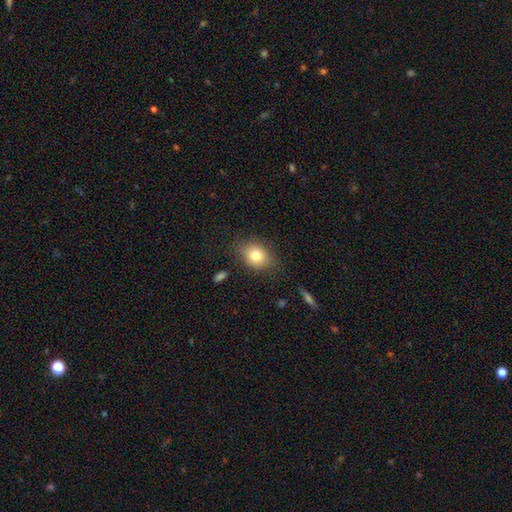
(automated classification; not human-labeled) Smooth or featured: smooth — 79% (featured or disk — 11%)
How rounded: in between — 53% (round — 46%)
Merging: none — 79% (minor disturbance — 15%)